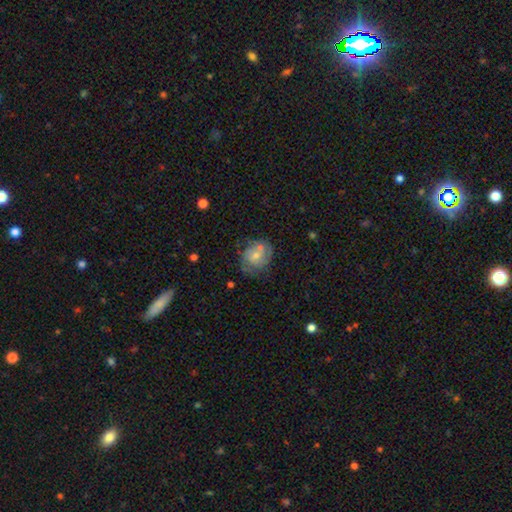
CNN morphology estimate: Q: Smooth or featured?
A: featured or disk (53%); runner-up: smooth (38%)
Q: Edge-on disk?
A: no (97%); runner-up: yes (3%)
Q: Bar?
A: no (70%); runner-up: weak (26%)
Q: Spiral arms?
A: yes (71%); runner-up: no (29%)
Q: Bulge size?
A: small (54%); runner-up: moderate (39%)
Q: Merging?
A: none (57%); runner-up: minor disturbance (22%)